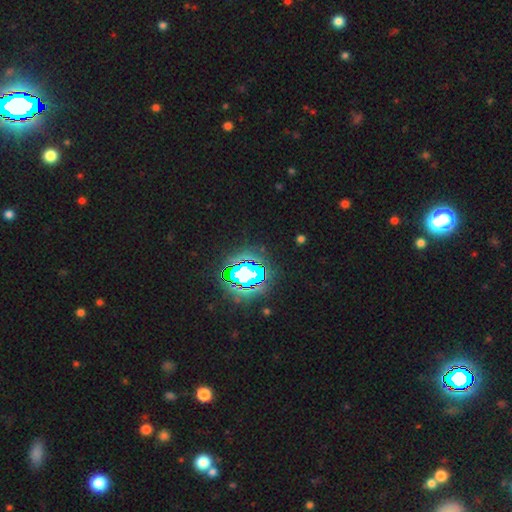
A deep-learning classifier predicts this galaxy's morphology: This is clearly a star or artifact rather than a galaxy (83%).